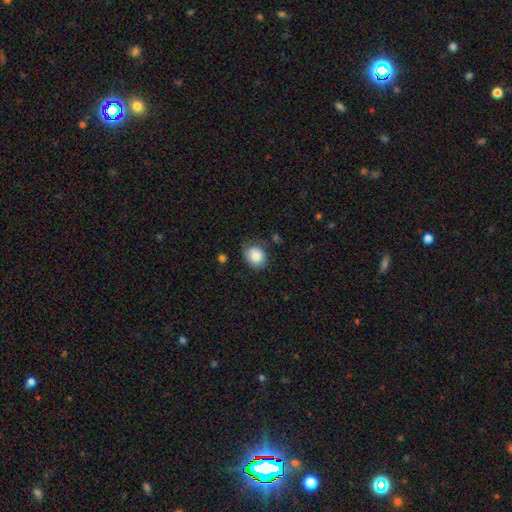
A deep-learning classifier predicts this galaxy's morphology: Overall: smooth (84%). How rounded: round (58%; in between 41%). Merging: none (72%).